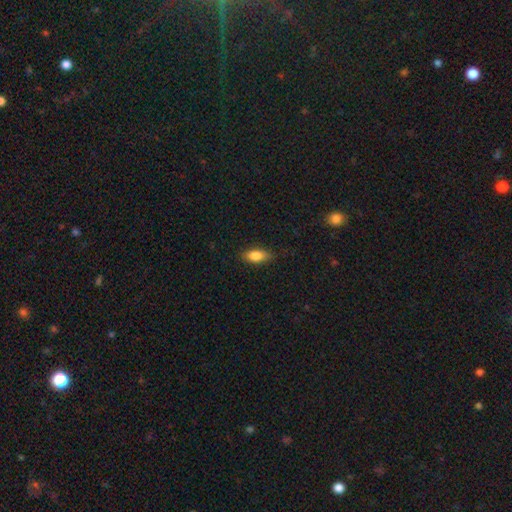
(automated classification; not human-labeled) smooth-or-featured: smooth: 82% | featured or disk: 11% | star or artifact: 7%
  how-rounded: in between: 81% | cigar-shaped: 15% | round: 4%
  merging: none: 82% | minor disturbance: 14% | major disturbance: 3% | merger: 1%